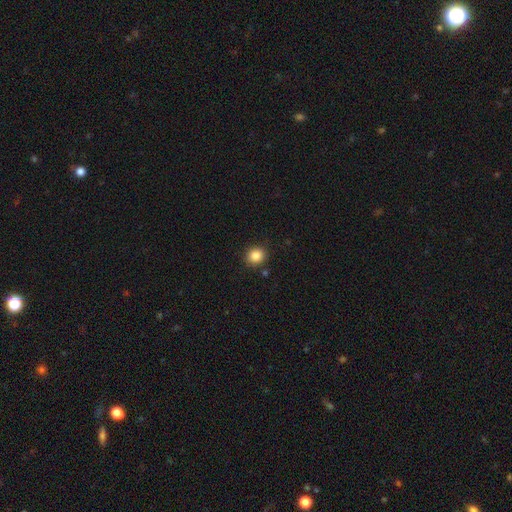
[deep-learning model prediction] Smooth or featured? Predicted: smooth (p=0.85). How rounded? Predicted: round (p=0.82). Merging? Predicted: none (p=0.88).